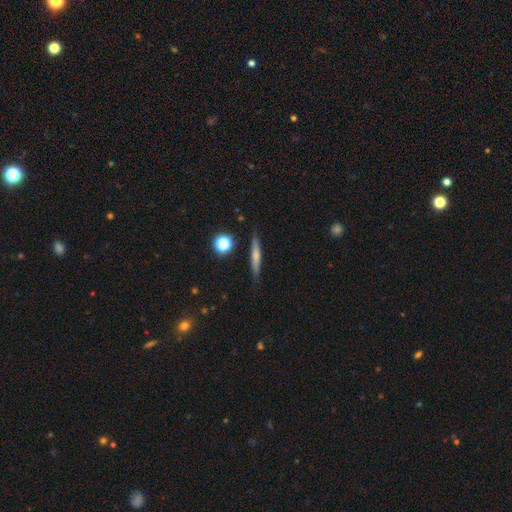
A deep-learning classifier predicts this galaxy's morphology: type=smooth (57%); roundness=cigar-shaped (89%); merging=none (85%).